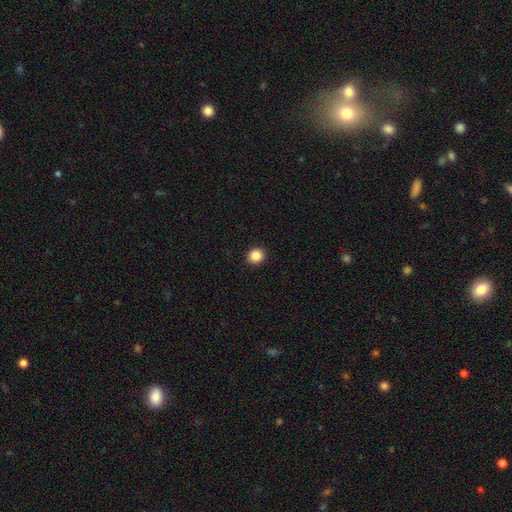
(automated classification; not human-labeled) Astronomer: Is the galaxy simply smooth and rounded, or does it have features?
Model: smooth — 87%.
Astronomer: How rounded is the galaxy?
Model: round — 89%.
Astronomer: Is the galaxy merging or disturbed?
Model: none — 93%.